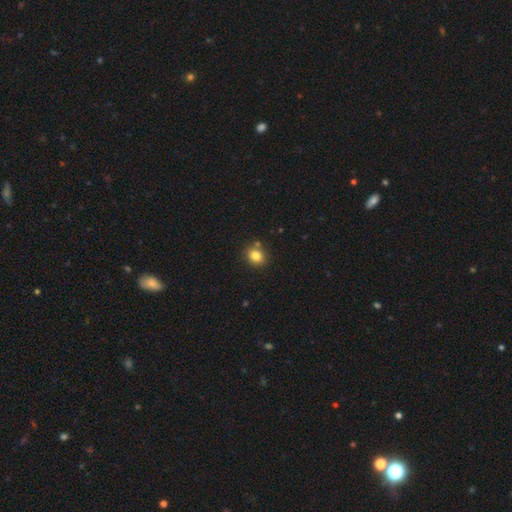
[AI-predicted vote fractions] smooth-or-featured: smooth: 83% | star or artifact: 11% | featured or disk: 6%
  how-rounded: round: 65% | in between: 34% | cigar-shaped: 1%
  merging: none: 78% | minor disturbance: 11% | merger: 8% | major disturbance: 3%